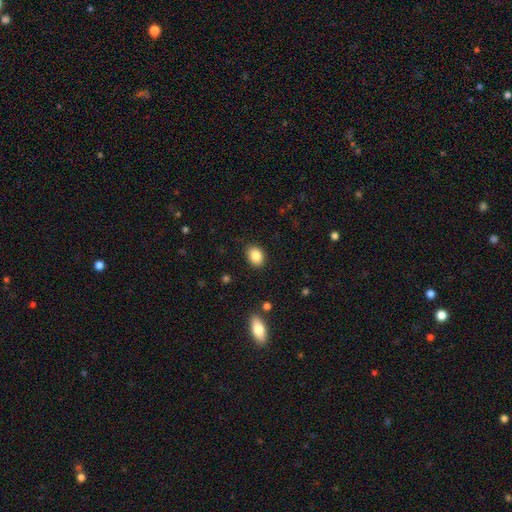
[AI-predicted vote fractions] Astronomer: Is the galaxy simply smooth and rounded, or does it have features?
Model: smooth — 86%.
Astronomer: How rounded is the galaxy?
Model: in between — 71%.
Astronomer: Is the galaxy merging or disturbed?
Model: none — 88%.